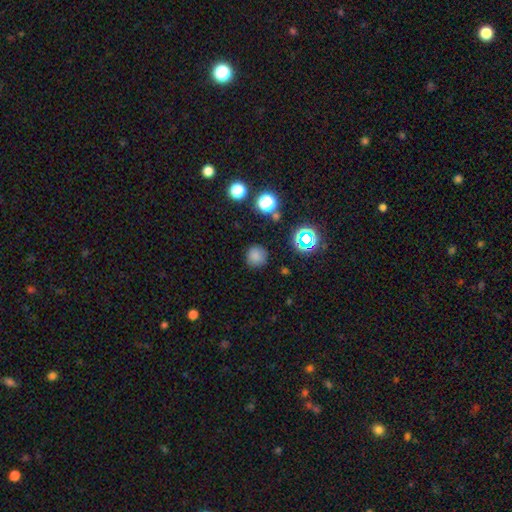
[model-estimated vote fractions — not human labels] smooth 77%, star or artifact 18%, featured or disk 6%. Down the decision tree: how rounded — round (93%); merging — none (85%).